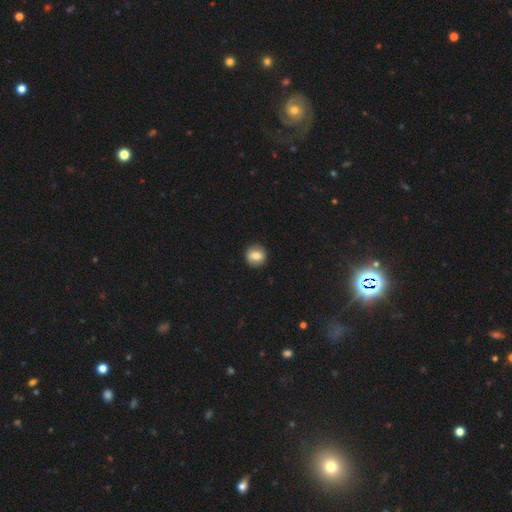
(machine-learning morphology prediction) Q: Smooth or featured?
A: smooth (78%); runner-up: featured or disk (13%)
Q: How rounded?
A: round (87%); runner-up: in between (12%)
Q: Merging?
A: none (90%); runner-up: minor disturbance (7%)